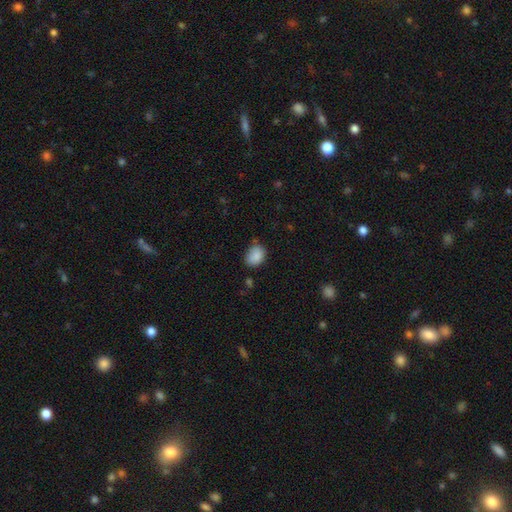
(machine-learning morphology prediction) smooth_or_featured: smooth (p=0.88) [alt: star or artifact p=0.08]
how_rounded: in between (p=0.71) [alt: round p=0.28]
merging: none (p=0.69) [alt: minor disturbance p=0.24]